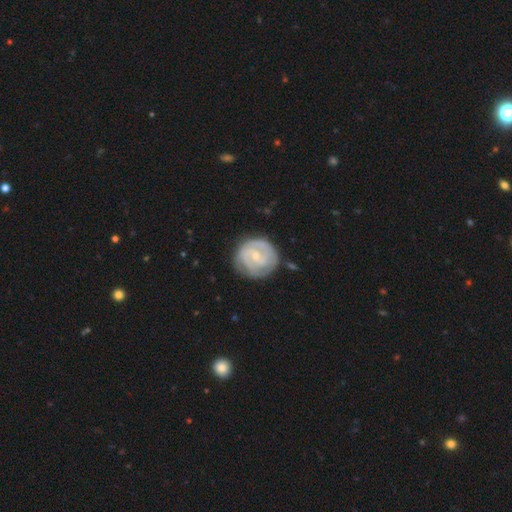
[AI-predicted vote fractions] smooth_or_featured: featured or disk (p=0.77) [alt: smooth p=0.18]
disk_edge_on: no (p=0.98) [alt: yes p=0.02]
bar: weak (p=0.45) [tied with: no p=0.45]
has_spiral_arms: yes (p=0.90) [alt: no p=0.10]
spiral_winding: tight (p=0.68) [alt: medium p=0.26]
spiral_arm_count: 2 (p=0.44) [alt: can't tell p=0.29]
bulge_size: small (p=0.66) [alt: moderate p=0.29]
merging: none (p=0.74) [alt: minor disturbance p=0.18]